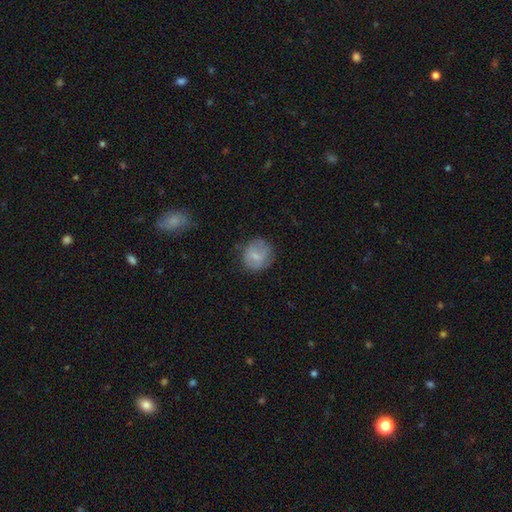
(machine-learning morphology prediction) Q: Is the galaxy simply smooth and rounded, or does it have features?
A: smooth — 62%.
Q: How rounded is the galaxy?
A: round — 82%.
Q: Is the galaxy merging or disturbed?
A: none — 68%.